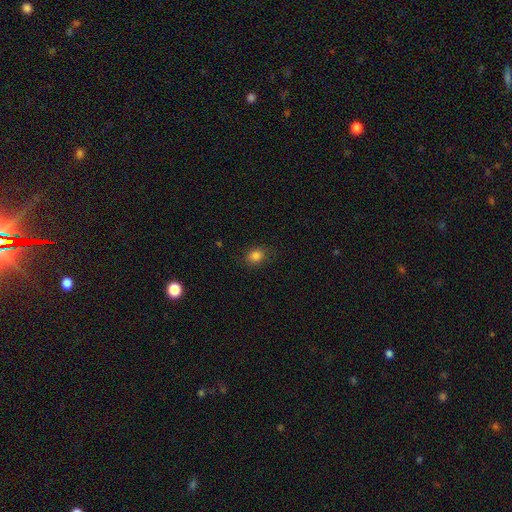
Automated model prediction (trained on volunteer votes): Morphology: type=smooth (83%); roundness=round (50%); merging=none (82%).